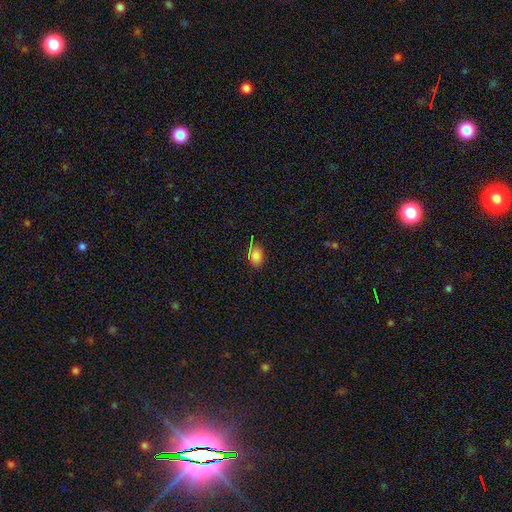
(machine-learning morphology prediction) Smooth or featured?
  - smooth: 78% *
  - star or artifact: 16%
  - featured or disk: 6%
How rounded?
  - in between: 69% *
  - round: 29%
  - cigar-shaped: 2%
Merging?
  - none: 79% *
  - minor disturbance: 16%
  - major disturbance: 3%
  - merger: 1%